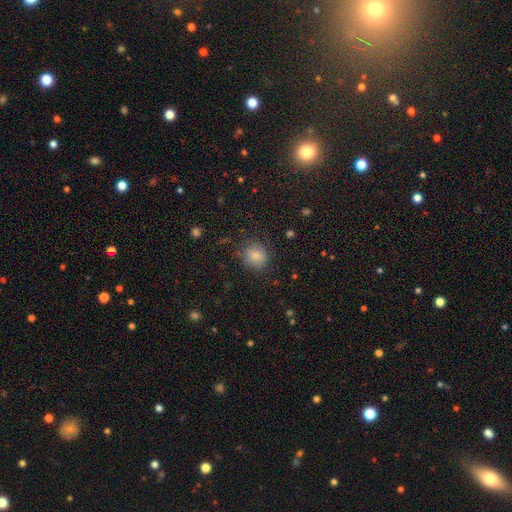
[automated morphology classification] smooth_or_featured: smooth (p=0.81) [alt: star or artifact p=0.11]
how_rounded: round (p=0.76) [alt: in between p=0.23]
merging: none (p=0.77) [alt: minor disturbance p=0.16]